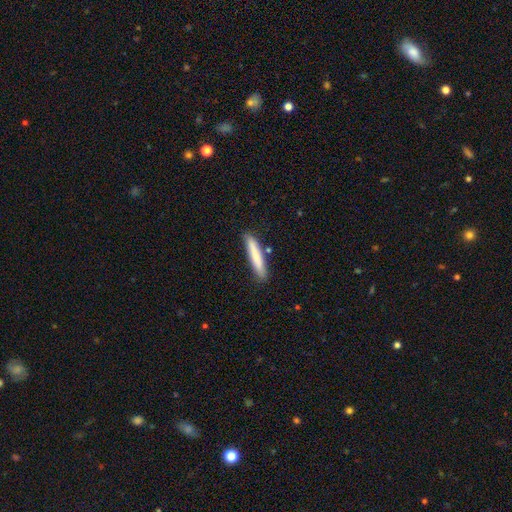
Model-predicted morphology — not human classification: Q: Smooth or featured?
A: smooth (79%); runner-up: featured or disk (15%)
Q: How rounded?
A: cigar-shaped (93%); runner-up: in between (6%)
Q: Merging?
A: none (85%); runner-up: minor disturbance (10%)